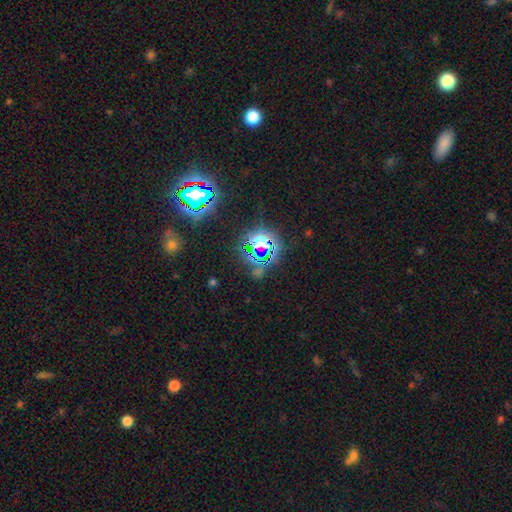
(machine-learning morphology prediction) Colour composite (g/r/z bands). It shows a star or artifact, not a galaxy (77%).